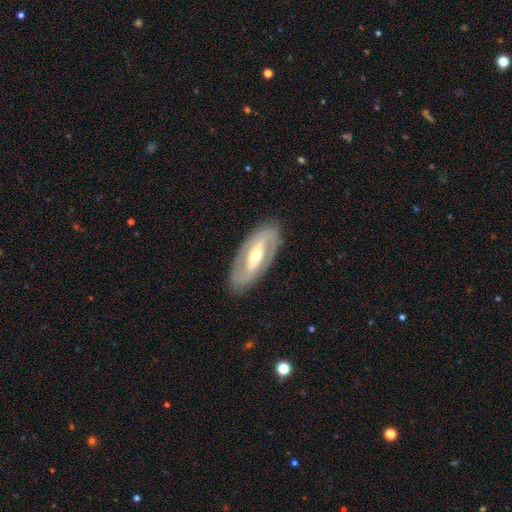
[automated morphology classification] Smooth or featured: featured or disk — 80% (smooth — 15%)
Edge-on disk: no — 89% (yes — 11%)
Bar: strong — 49% (weak — 28%)
Spiral arms: yes — 72% (no — 28%)
Spiral winding: medium — 41% (tight — 40%)
Spiral arm count: 2 — 84% (can't tell — 10%)
Bulge size: moderate — 61% (small — 34%)
Merging: none — 85% (minor disturbance — 10%)